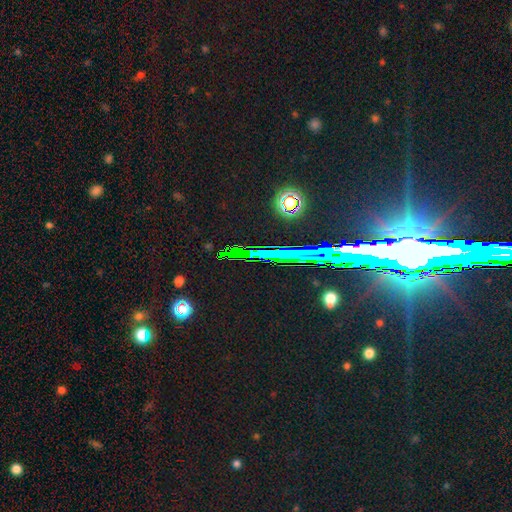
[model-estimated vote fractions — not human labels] Smooth or featured?
  - star or artifact: 80% *
  - featured or disk: 12%
  - smooth: 8%